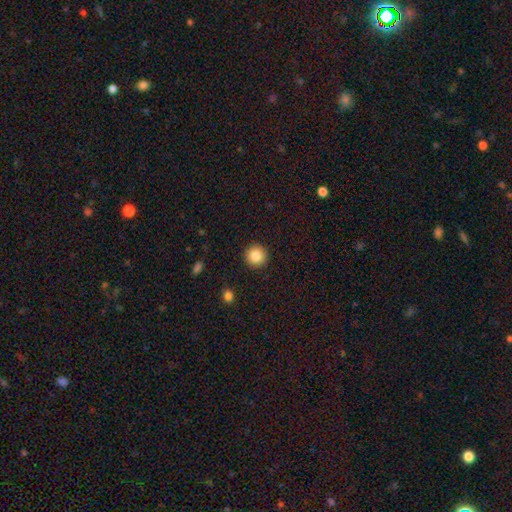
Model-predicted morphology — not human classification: Smooth or featured? Predicted: smooth (p=0.85). How rounded? Predicted: round (p=0.95). Merging? Predicted: none (p=0.92).